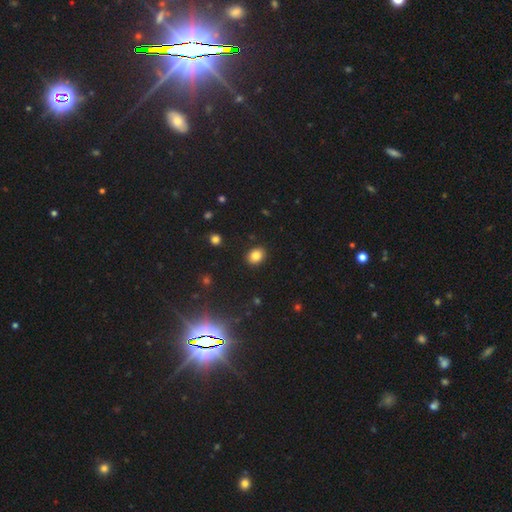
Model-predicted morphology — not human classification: Smooth or featured? Predicted: smooth (p=0.83). How rounded? Predicted: in between (p=0.51). Merging? Predicted: none (p=0.90).